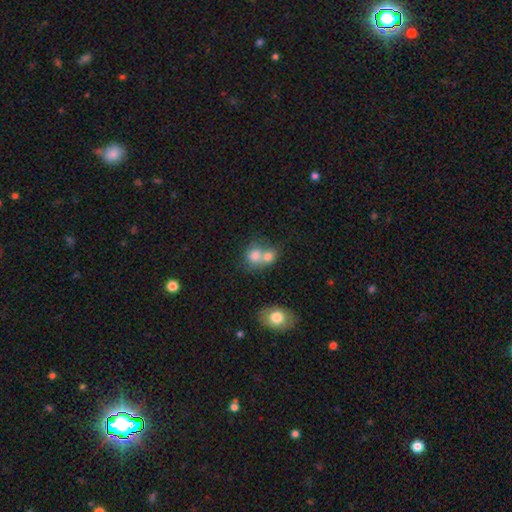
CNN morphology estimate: A smooth galaxy with no disk features (76%) that is round (74%).

Vote fractions:
- Smooth or featured? smooth: 76% / featured or disk: 14% / star or artifact: 10%
- How rounded? round: 74% / in between: 25% / cigar-shaped: 1%
- Merging? merger: 61% / none: 29% / minor disturbance: 6% / major disturbance: 3%